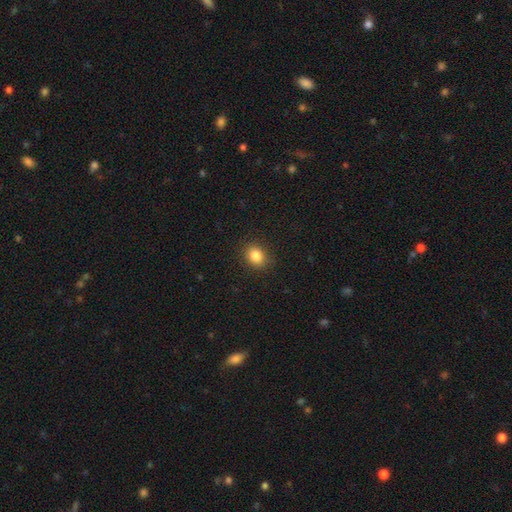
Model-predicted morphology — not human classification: Smooth or featured? smooth (85%)
How rounded? round (52%)
Merging? none (89%)